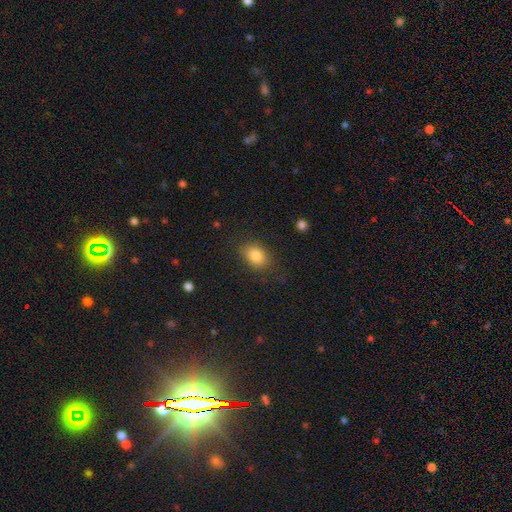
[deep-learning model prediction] Q: Smooth or featured?
A: smooth (84%); runner-up: star or artifact (9%)
Q: How rounded?
A: in between (78%); runner-up: round (21%)
Q: Merging?
A: none (78%); runner-up: minor disturbance (15%)